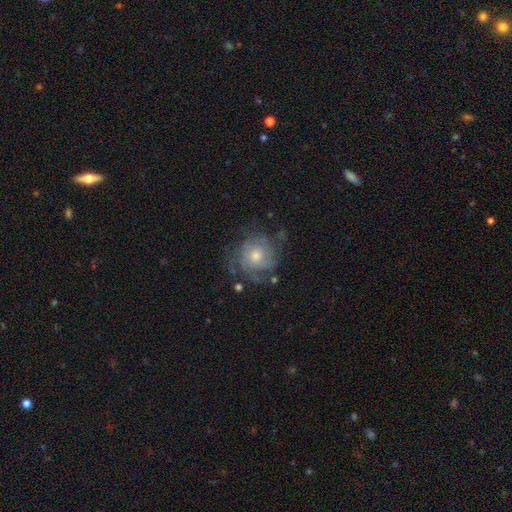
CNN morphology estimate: The model was most divided on "spiral winding": tight: 56%, medium: 32%, loose: 12%. Remaining: edge-on disk — no (97%); spiral arms — yes (83%); bar — no (80%); smooth or featured — featured or disk (67%); merging — none (65%); bulge size — moderate (62%); spiral arm count — can't tell (47%).